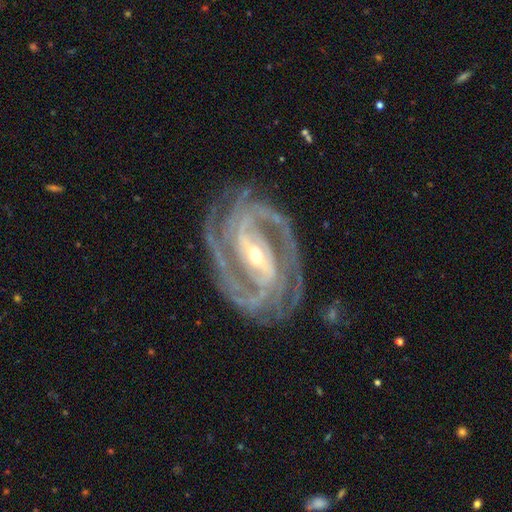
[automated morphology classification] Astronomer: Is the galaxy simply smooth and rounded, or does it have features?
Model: featured or disk — 93%.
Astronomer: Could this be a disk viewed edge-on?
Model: no — 97%.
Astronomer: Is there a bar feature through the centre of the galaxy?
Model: strong — 59%.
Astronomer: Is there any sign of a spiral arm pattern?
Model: yes — 98%.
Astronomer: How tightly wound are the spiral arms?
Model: tight — 60%.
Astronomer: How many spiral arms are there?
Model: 2 — 44% (runner-up: 3, 22%).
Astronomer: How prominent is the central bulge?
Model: small — 52% (runner-up: moderate, 43%).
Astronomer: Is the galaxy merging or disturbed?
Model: none — 75%.